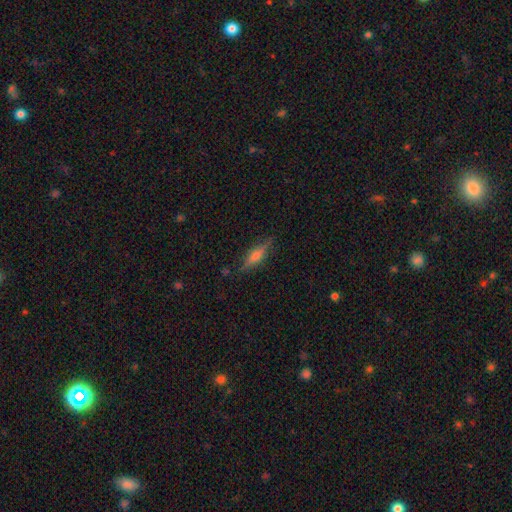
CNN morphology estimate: Smooth or featured? Predicted: featured or disk (p=0.52). Edge-on disk? Predicted: yes (p=0.93). Merging? Predicted: none (p=0.84).